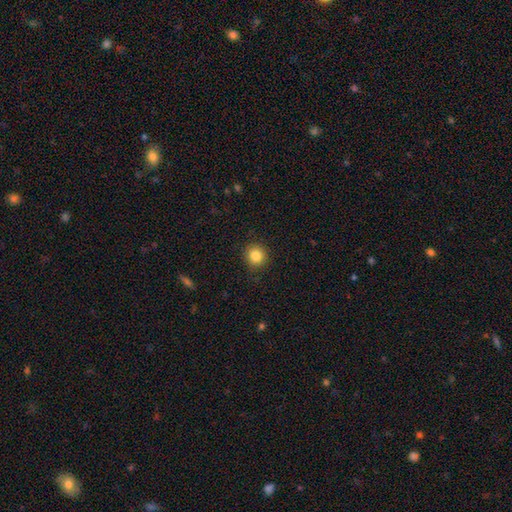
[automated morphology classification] type=smooth (84%); roundness=round (91%); merging=none (90%).